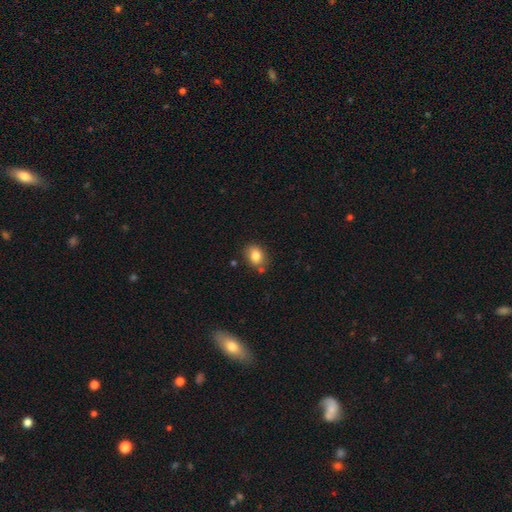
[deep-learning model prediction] A smooth galaxy with no disk features (81%) that is in between round and cigar-shaped (55%).

Vote fractions:
- Smooth or featured? smooth: 81% / star or artifact: 10% / featured or disk: 9%
- How rounded? in between: 55% / round: 44% / cigar-shaped: 1%
- Merging? none: 76% / minor disturbance: 14% / merger: 7% / major disturbance: 3%